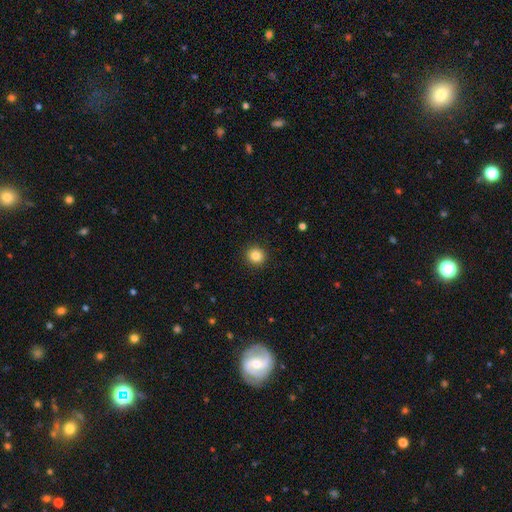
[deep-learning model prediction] The model was most divided on "smooth or featured": smooth: 85%, star or artifact: 10%, featured or disk: 5%. More confident: merging — none (92%); how rounded — round (91%).